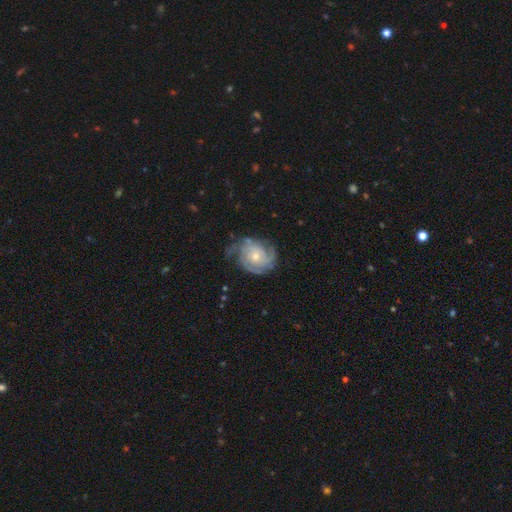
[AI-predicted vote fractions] Smooth or featured? Predicted: featured or disk (p=0.83). Edge-on disk? Predicted: no (p=0.98). Bar? Predicted: no (p=0.77). Spiral arms? Predicted: yes (p=0.95). Spiral winding? Predicted: tight (p=0.63). Spiral arm count? Predicted: 3 (p=0.28). Bulge size? Predicted: moderate (p=0.49). Merging? Predicted: none (p=0.64).